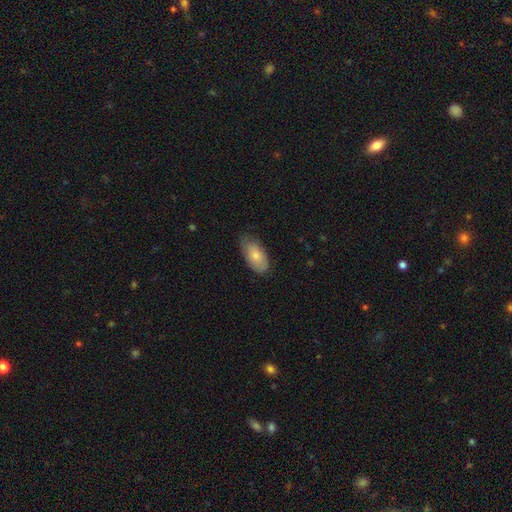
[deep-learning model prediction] Smooth or featured: smooth — 77% (featured or disk — 17%)
How rounded: in between — 93% (cigar-shaped — 3%)
Merging: none — 68% (minor disturbance — 27%)